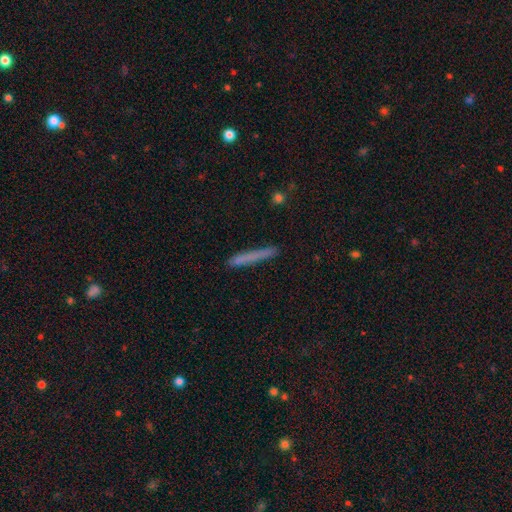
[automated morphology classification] smooth_or_featured: smooth (p=0.71) [alt: featured or disk p=0.22]
how_rounded: cigar-shaped (p=0.96) [alt: in between p=0.02]
merging: none (p=0.85) [alt: minor disturbance p=0.11]